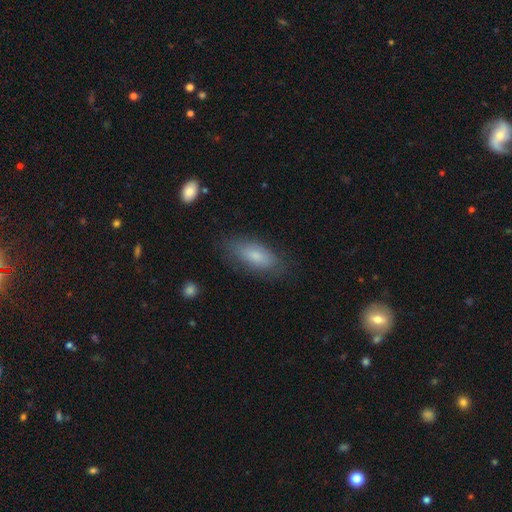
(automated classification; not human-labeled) The model was most divided on "merging": none: 75%, minor disturbance: 18%, major disturbance: 6%, merger: 1%. More confident: how rounded — in between (79%); smooth or featured — smooth (75%).